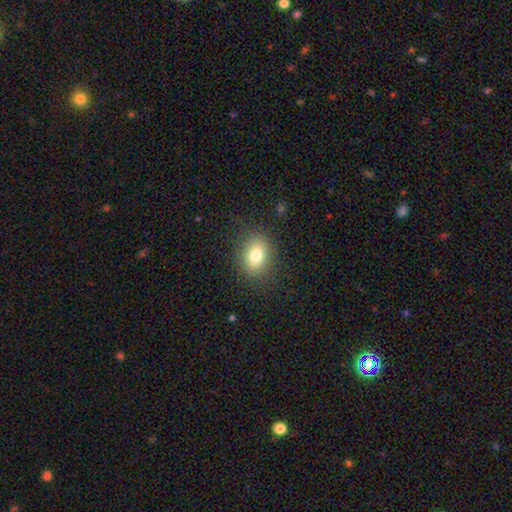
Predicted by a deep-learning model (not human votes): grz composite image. It shows a smooth galaxy with no disk features (78%) that is in between round and cigar-shaped (60%). Merging: none (85%).